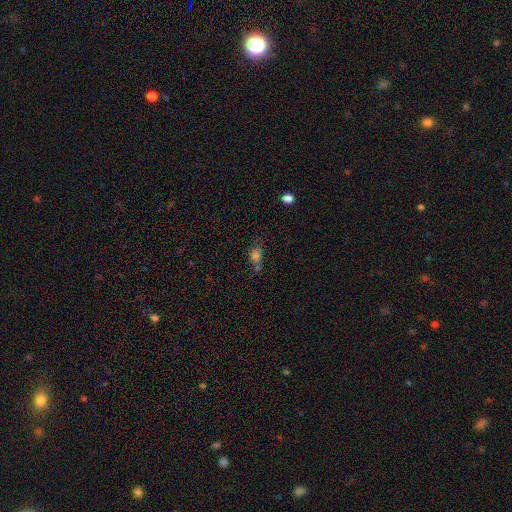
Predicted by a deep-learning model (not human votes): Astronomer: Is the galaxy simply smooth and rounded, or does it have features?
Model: smooth — 67%.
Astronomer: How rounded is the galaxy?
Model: in between — 56% (runner-up: round, 39%).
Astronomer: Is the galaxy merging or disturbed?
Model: none — 46%.